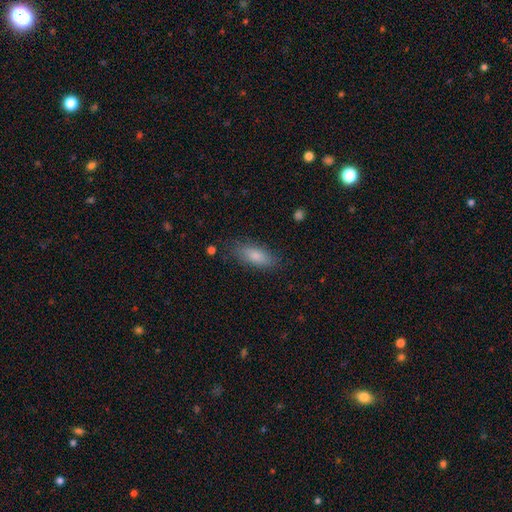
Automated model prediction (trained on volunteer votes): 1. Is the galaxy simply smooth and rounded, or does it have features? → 82% smooth, 10% featured or disk, 7% star or artifact.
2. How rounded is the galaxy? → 76% in between, 21% cigar-shaped, 2% round.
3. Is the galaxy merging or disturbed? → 79% none, 15% minor disturbance, 4% major disturbance, 2% merger.